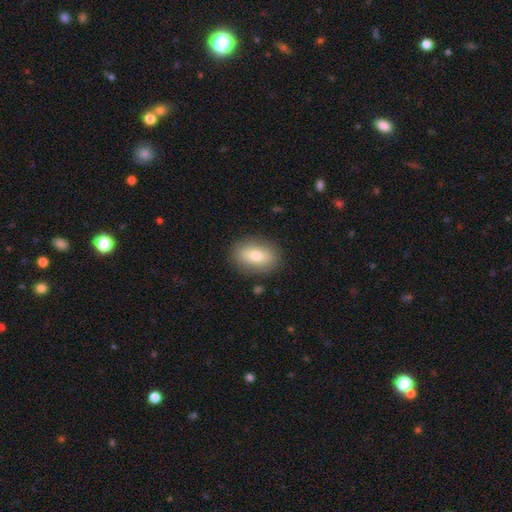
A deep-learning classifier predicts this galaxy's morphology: Smooth or featured? smooth (72%)
How rounded? in between (84%)
Merging? none (86%)